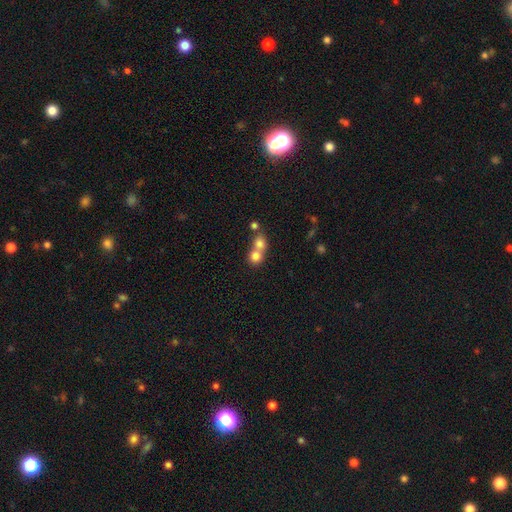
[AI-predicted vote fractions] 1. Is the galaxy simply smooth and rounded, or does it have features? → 76% smooth, 12% featured or disk, 11% star or artifact.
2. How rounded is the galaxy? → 81% round, 18% in between, 1% cigar-shaped.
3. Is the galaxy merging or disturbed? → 62% merger, 31% none, 5% minor disturbance, 2% major disturbance.